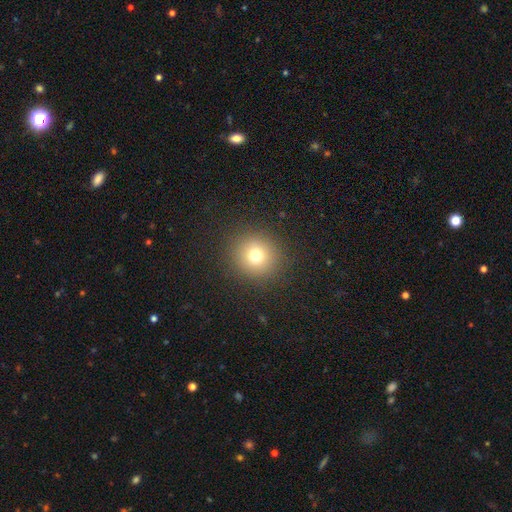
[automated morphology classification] A smooth galaxy with no disk features (74%) that is round (94%).

Vote fractions:
- Smooth or featured? smooth: 74% / star or artifact: 16% / featured or disk: 10%
- How rounded? round: 94% / in between: 5% / cigar-shaped: 1%
- Merging? none: 90% / minor disturbance: 5% / major disturbance: 3% / merger: 1%